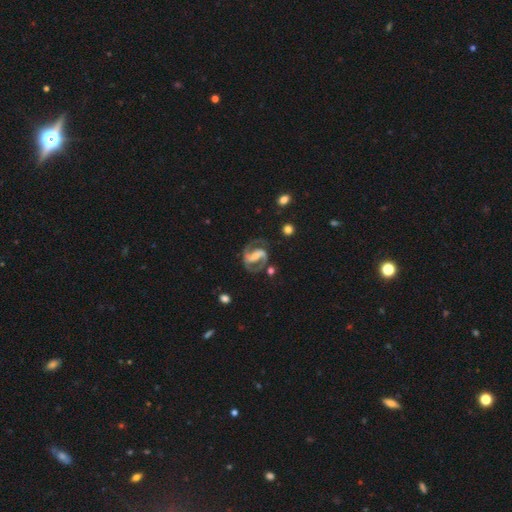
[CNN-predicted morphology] Smooth or featured? featured or disk (90%)
Edge-on disk? no (98%)
Bar? strong (54%)
Spiral arms? yes (97%)
Spiral winding? medium (59%)
Spiral arm count? 2 (92%)
Bulge size? small (48%)
Merging? none (71%)